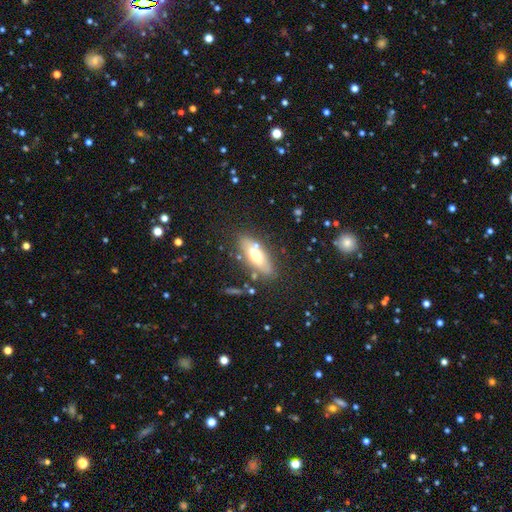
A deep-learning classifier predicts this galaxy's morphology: smooth-or-featured: smooth: 55% | featured or disk: 37% | star or artifact: 8%
  how-rounded: in between: 68% | cigar-shaped: 29% | round: 3%
  merging: none: 77% | minor disturbance: 14% | merger: 5% | major disturbance: 4%